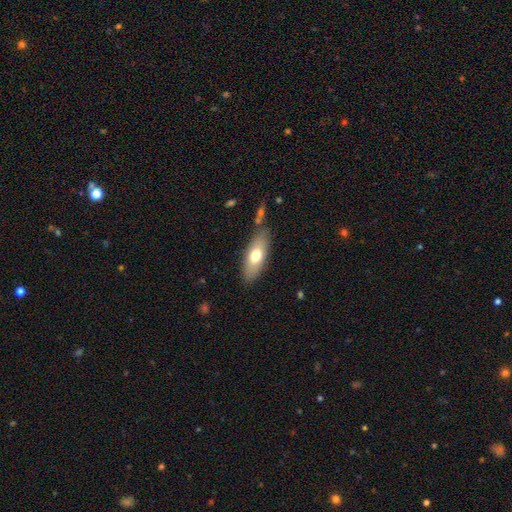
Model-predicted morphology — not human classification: Smooth or featured?
  - smooth: 67% *
  - featured or disk: 26%
  - star or artifact: 6%
How rounded?
  - in between: 71% *
  - cigar-shaped: 26%
  - round: 3%
Merging?
  - none: 78% *
  - minor disturbance: 14%
  - merger: 5%
  - major disturbance: 4%